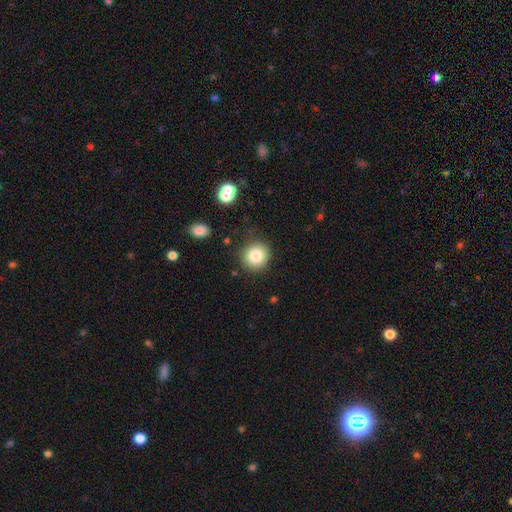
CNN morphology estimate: Q: Smooth or featured?
A: smooth (84%); runner-up: star or artifact (10%)
Q: How rounded?
A: round (89%); runner-up: in between (10%)
Q: Merging?
A: none (86%); runner-up: minor disturbance (9%)